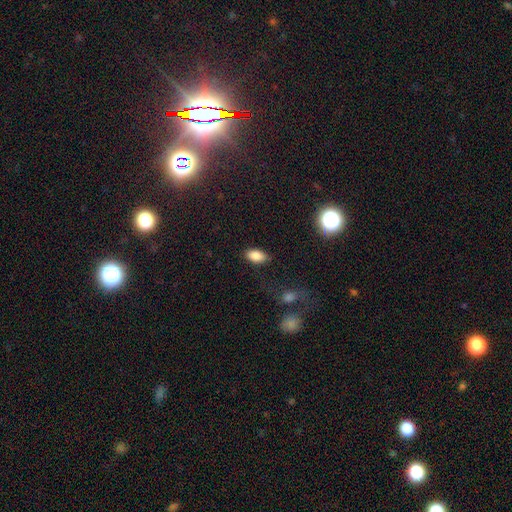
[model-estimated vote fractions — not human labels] Smooth or featured? smooth (85%)
How rounded? in between (91%)
Merging? none (82%)